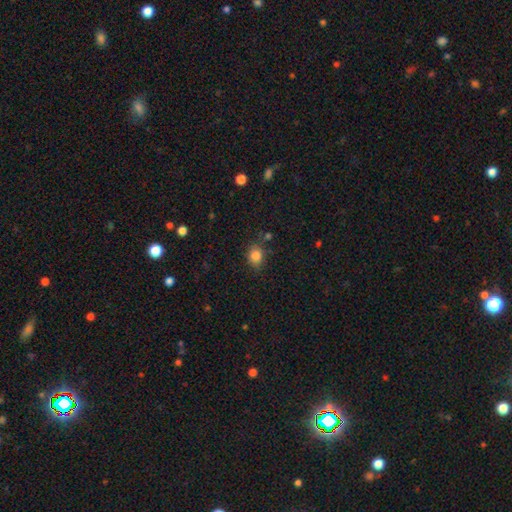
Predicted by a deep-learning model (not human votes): Q: Smooth or featured?
A: smooth (83%); runner-up: star or artifact (11%)
Q: How rounded?
A: round (59%); runner-up: in between (40%)
Q: Merging?
A: none (75%); runner-up: minor disturbance (17%)